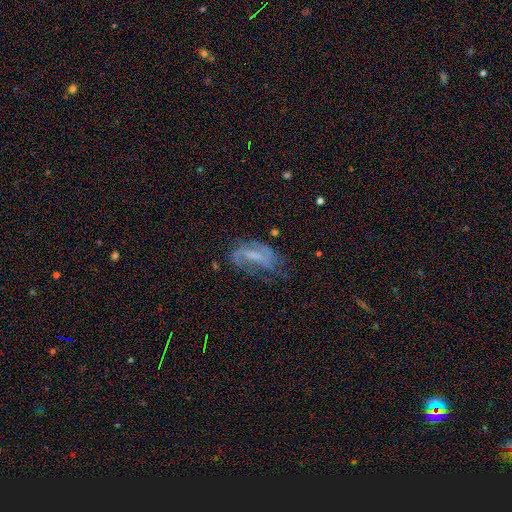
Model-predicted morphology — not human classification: featured or disk 72%, smooth 18%, star or artifact 10%. Down the decision tree: edge-on disk — no (95%); bar — weak (45%); spiral arms — yes (86%); spiral arm count — 2 (61%); spiral winding — medium (44%); bulge size — none (38%); merging — none (49%).